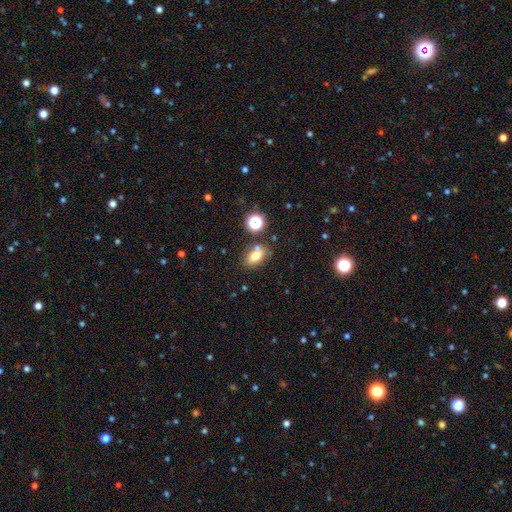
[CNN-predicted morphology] Overall: smooth (72%). How rounded: in between (79%). Merging: none (68%).